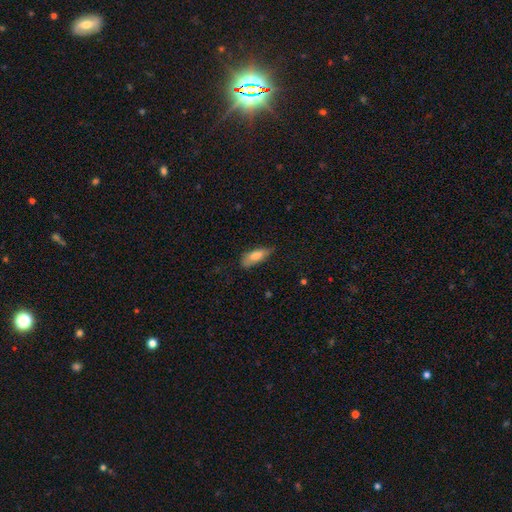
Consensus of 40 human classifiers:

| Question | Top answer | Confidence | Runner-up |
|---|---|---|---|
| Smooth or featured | smooth | 75% | featured or disk (20%) |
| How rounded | in between | 57% | cigar-shaped (43%) |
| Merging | none | 50% | minor disturbance (42%) |